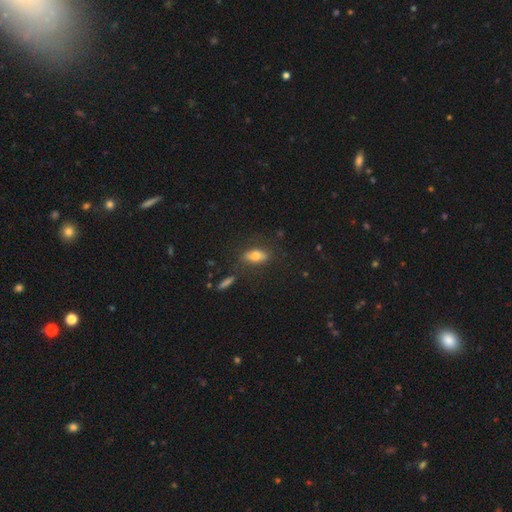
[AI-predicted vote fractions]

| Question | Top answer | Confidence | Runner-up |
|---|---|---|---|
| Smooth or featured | smooth | 71% | featured or disk (18%) |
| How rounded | in between | 78% | cigar-shaped (16%) |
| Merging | none | 75% | minor disturbance (15%) |